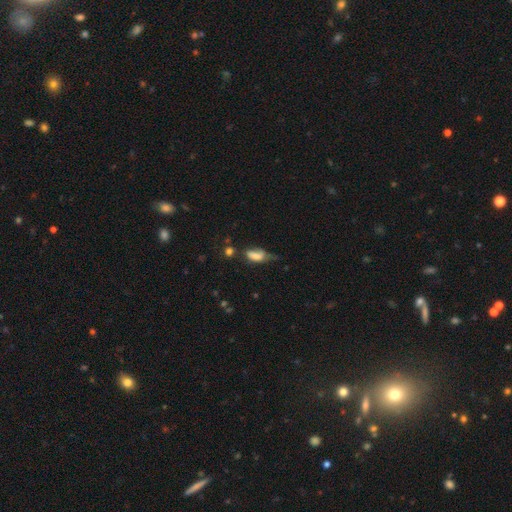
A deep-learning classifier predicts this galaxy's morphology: Smooth or featured?
  - smooth: 70% *
  - featured or disk: 20%
  - star or artifact: 10%
How rounded?
  - in between: 84% *
  - cigar-shaped: 10%
  - round: 5%
Merging?
  - minor disturbance: 36% *
  - major disturbance: 28%
  - none: 26%
  - merger: 10%